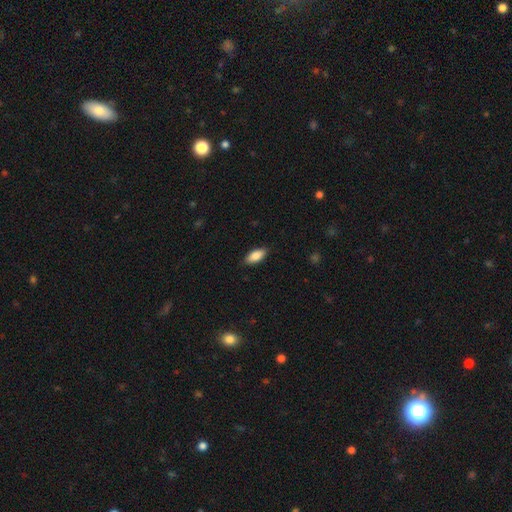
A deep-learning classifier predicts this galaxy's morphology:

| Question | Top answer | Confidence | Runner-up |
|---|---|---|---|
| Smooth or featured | smooth | 87% | featured or disk (7%) |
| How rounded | in between | 87% | cigar-shaped (10%) |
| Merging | none | 87% | minor disturbance (10%) |